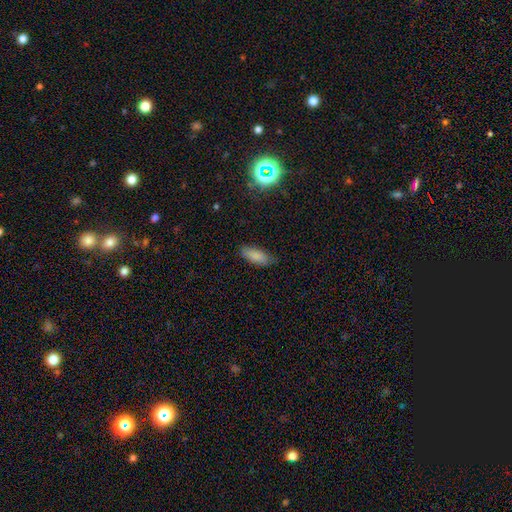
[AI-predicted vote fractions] Overall: smooth (85%). How rounded: in between (77%). Merging: none (80%).